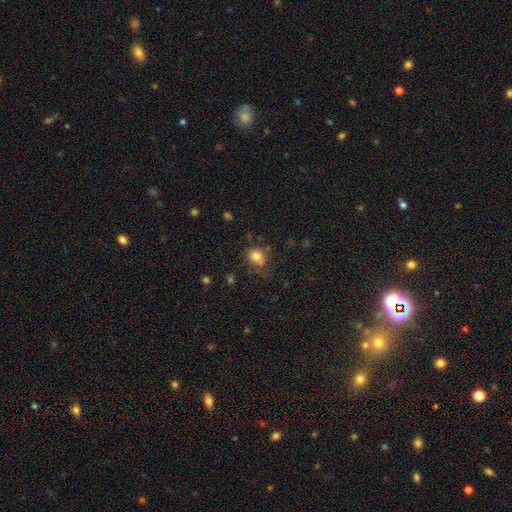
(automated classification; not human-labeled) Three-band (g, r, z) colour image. It shows a smooth galaxy with no disk features (81%) that is round (66%). Merging: none (64%).